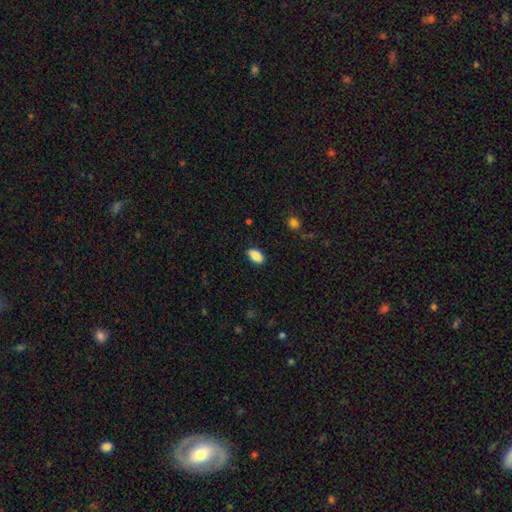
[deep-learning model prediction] Morphology: type=smooth (88%); roundness=in between (92%); merging=none (85%).